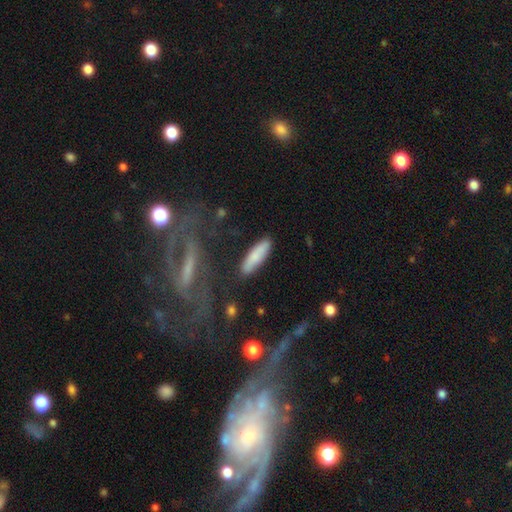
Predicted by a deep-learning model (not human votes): Overall: smooth (77%). How rounded: cigar-shaped (64%; in between 34%). Merging: none (83%).